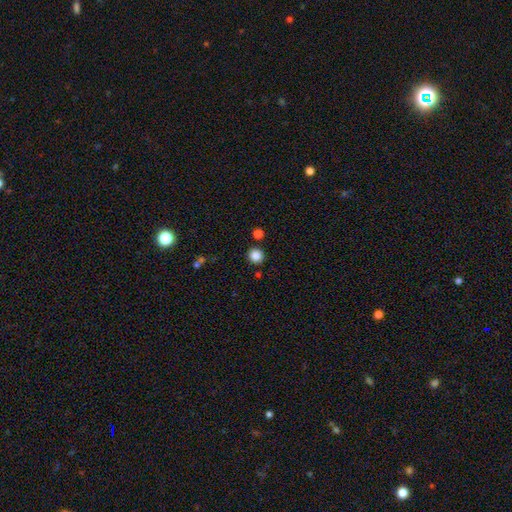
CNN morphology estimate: This is clearly a smooth galaxy (85%). How rounded: clearly round (94%). Merging: clearly none (88%).